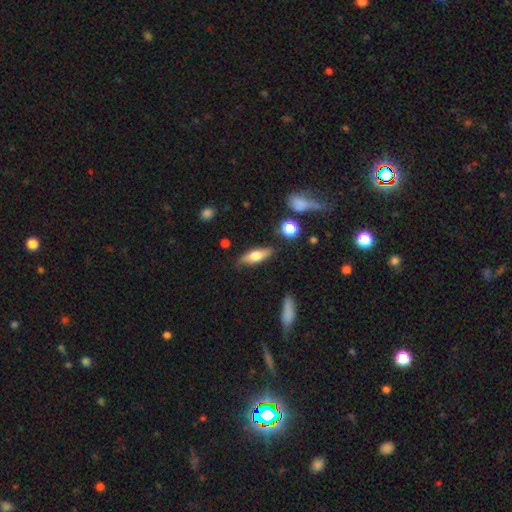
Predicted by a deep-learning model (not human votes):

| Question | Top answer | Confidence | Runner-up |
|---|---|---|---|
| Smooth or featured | smooth | 61% | featured or disk (32%) |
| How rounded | in between | 59% | cigar-shaped (38%) |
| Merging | none | 77% | minor disturbance (17%) |